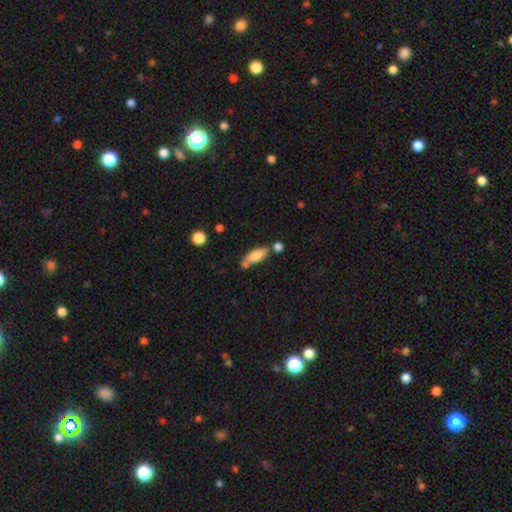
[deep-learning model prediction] smooth-or-featured: smooth: 80% | featured or disk: 13% | star or artifact: 7%
  how-rounded: in between: 68% | cigar-shaped: 29% | round: 2%
  merging: none: 51% | merger: 25% | minor disturbance: 19% | major disturbance: 6%